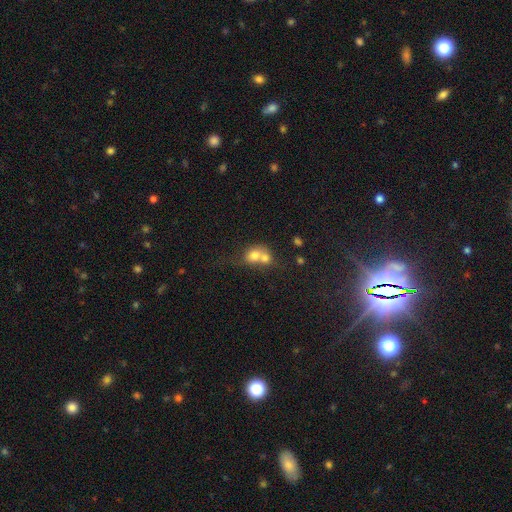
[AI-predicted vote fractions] Smooth or featured? Predicted: smooth (p=0.68). How rounded? Predicted: round (p=0.65). Merging? Predicted: merger (p=0.69).